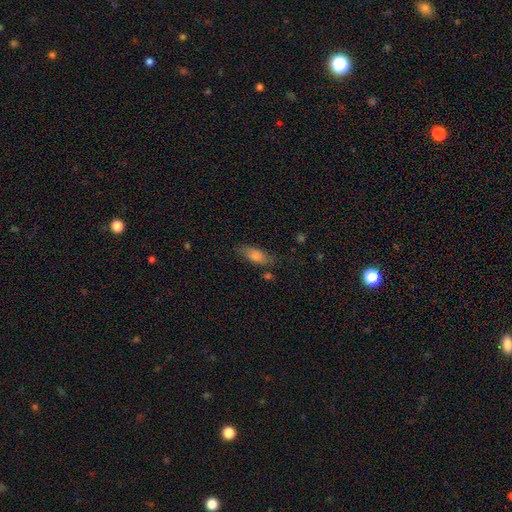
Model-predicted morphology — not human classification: Smooth or featured?
  - smooth: 67% *
  - featured or disk: 22%
  - star or artifact: 11%
How rounded?
  - in between: 63% *
  - cigar-shaped: 34%
  - round: 4%
Merging?
  - none: 73% *
  - minor disturbance: 18%
  - major disturbance: 5%
  - merger: 4%